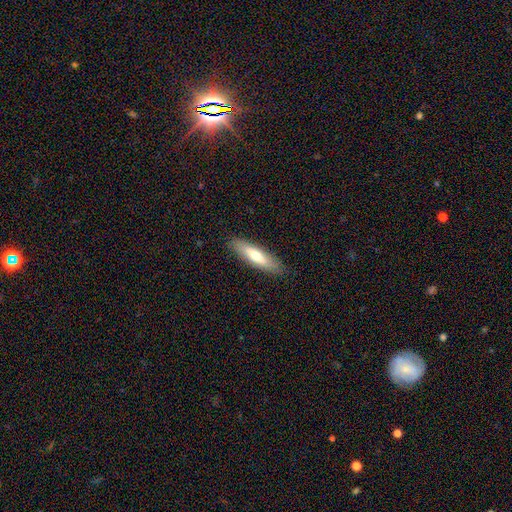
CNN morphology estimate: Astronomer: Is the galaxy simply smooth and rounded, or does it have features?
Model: smooth — 65%.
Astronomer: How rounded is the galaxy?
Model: cigar-shaped — 69%.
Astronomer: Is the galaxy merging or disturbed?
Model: none — 88%.